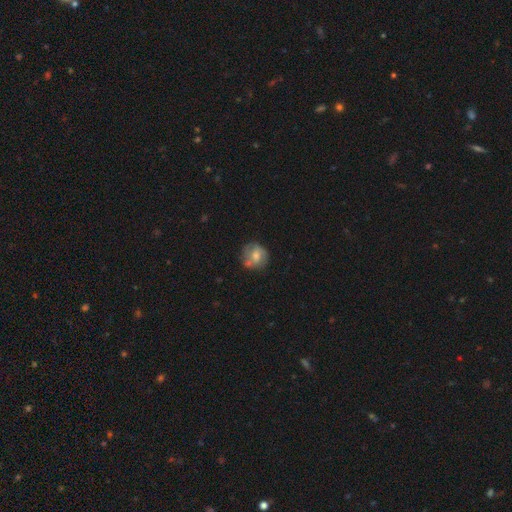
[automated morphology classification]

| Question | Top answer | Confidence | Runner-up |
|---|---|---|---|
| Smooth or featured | smooth | 53% | featured or disk (39%) |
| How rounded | round | 77% | in between (22%) |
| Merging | none | 57% | minor disturbance (23%) |